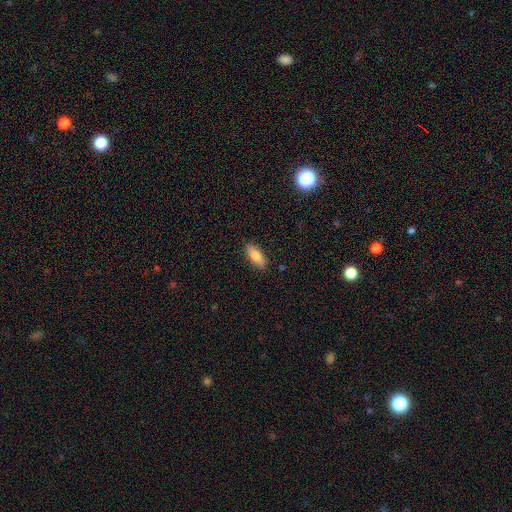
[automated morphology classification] This appears to be a smooth galaxy with no disk features (84%) that is in between round and cigar-shaped (69%). Merging: none (88%).